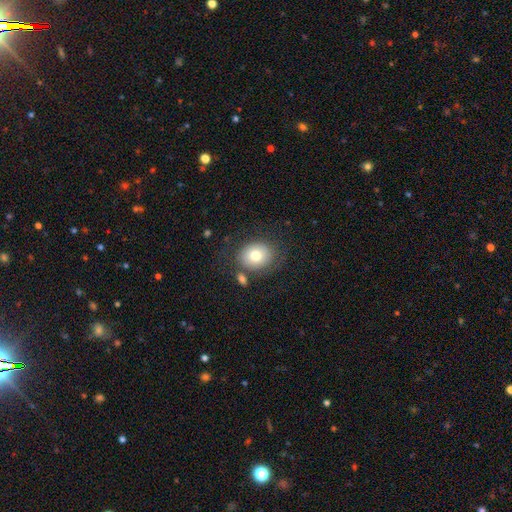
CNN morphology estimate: A smooth galaxy with no disk features (74%) that is round (55%).

Vote fractions:
- Smooth or featured? smooth: 74% / featured or disk: 17% / star or artifact: 9%
- How rounded? round: 55% / in between: 44% / cigar-shaped: 1%
- Merging? none: 69% / minor disturbance: 15% / merger: 9% / major disturbance: 7%